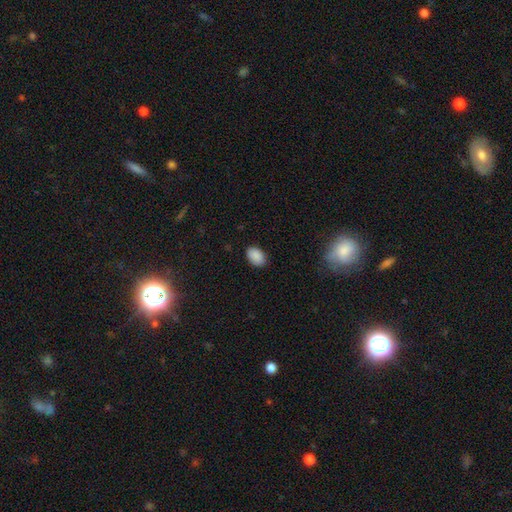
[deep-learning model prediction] This is clearly a smooth galaxy (89%). How rounded: clearly in between (88%). Merging: clearly none (87%).